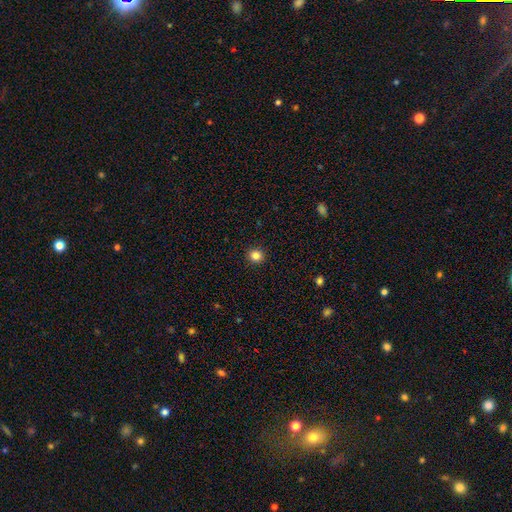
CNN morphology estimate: This appears to be a smooth galaxy with no disk features (84%) that is round (91%). Merging: none (93%).